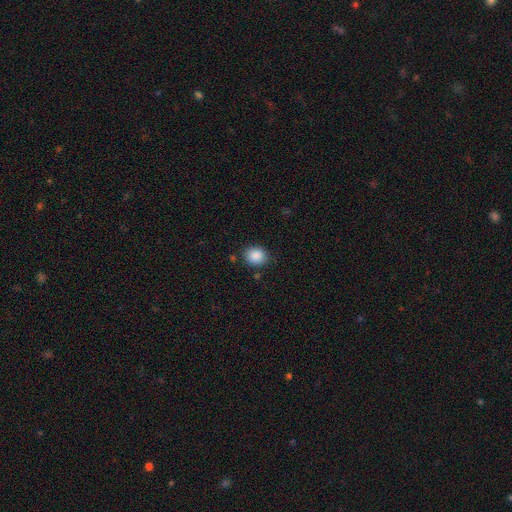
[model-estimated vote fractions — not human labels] Smooth or featured? smooth (88%)
How rounded? round (67%)
Merging? none (84%)